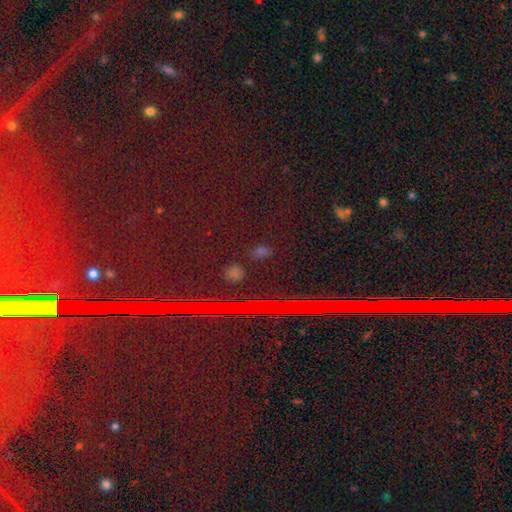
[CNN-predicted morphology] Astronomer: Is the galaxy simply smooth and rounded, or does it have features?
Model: star or artifact — 84%.